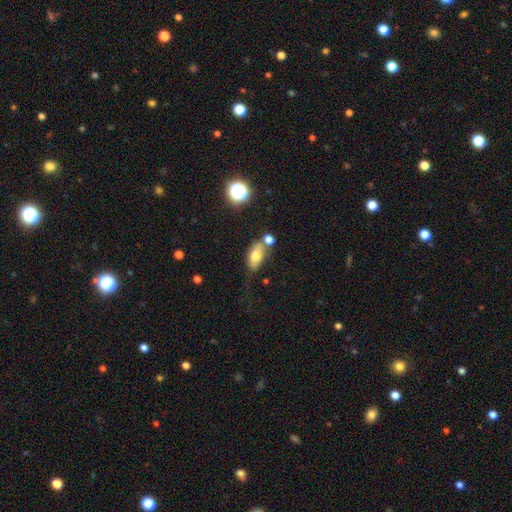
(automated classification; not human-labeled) smooth_or_featured: smooth (p=0.69) [alt: featured or disk p=0.21]
how_rounded: in between (p=0.84) [alt: cigar-shaped p=0.09]
merging: none (p=0.50) [alt: merger p=0.21]